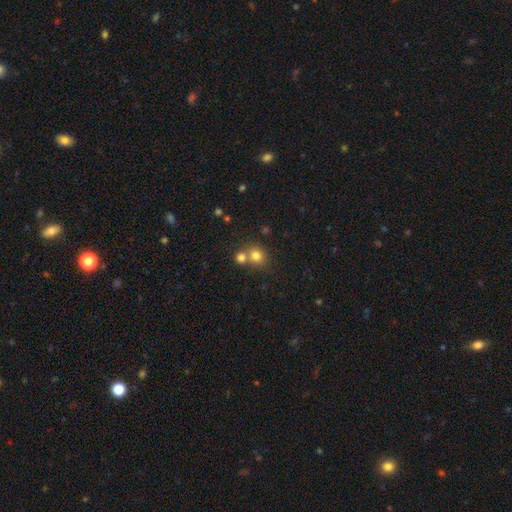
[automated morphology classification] The model was most divided on "merging": none: 50%, merger: 40%, minor disturbance: 7%, major disturbance: 3%. More confident: how rounded — round (80%); smooth or featured — smooth (79%).